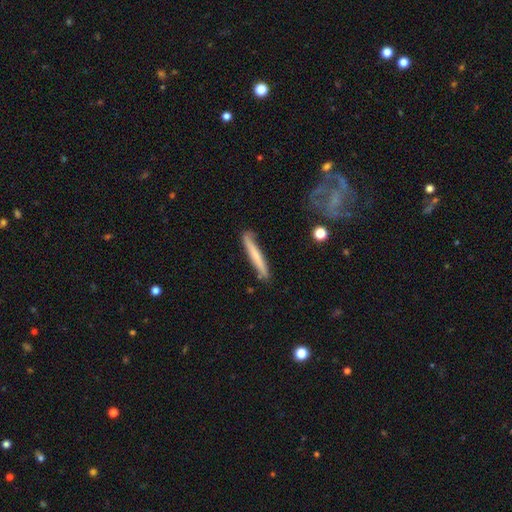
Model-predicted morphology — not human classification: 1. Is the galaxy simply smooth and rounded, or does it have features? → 60% smooth, 35% featured or disk, 6% star or artifact.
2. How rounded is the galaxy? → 96% cigar-shaped, 3% in between, 1% round.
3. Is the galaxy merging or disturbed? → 82% none, 13% minor disturbance, 3% major disturbance, 2% merger.